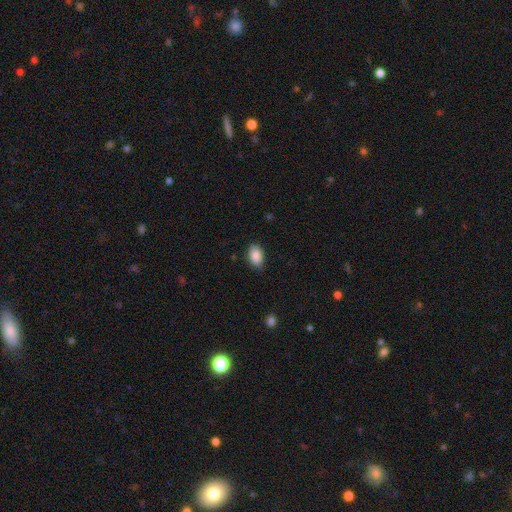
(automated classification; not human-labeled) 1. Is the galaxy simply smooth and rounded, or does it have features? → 88% smooth, 7% star or artifact, 5% featured or disk.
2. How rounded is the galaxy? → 89% in between, 10% round, 1% cigar-shaped.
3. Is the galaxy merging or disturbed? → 84% none, 13% minor disturbance, 2% major disturbance, 1% merger.